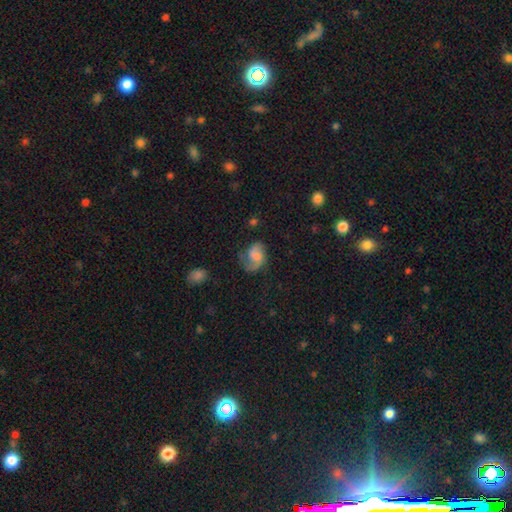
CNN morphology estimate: Overall: featured or disk (62%; smooth 29%). Edge-on disk: no (98%). Bar: no (50%; weak 42%). Spiral arms: yes (91%). Spiral arm count: 2 (73%). Spiral winding: medium (43%; loose 42%). Bulge size: moderate (32%; small 29%). Merging: none (52%; minor disturbance 25%).